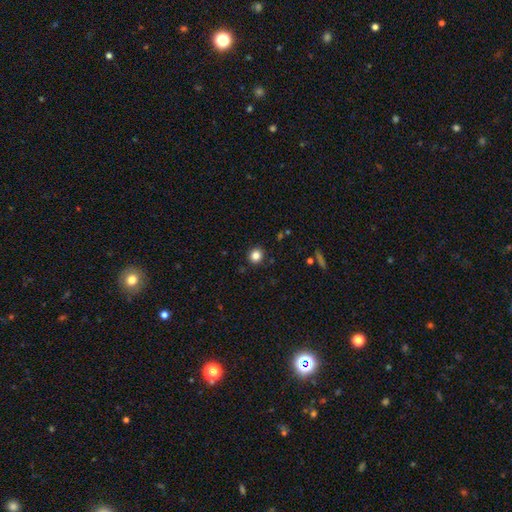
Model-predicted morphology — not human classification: Smooth or featured?
  - smooth: 83% *
  - star or artifact: 12%
  - featured or disk: 5%
How rounded?
  - round: 87% *
  - in between: 12%
  - cigar-shaped: 1%
Merging?
  - none: 91% *
  - minor disturbance: 6%
  - major disturbance: 2%
  - merger: 1%